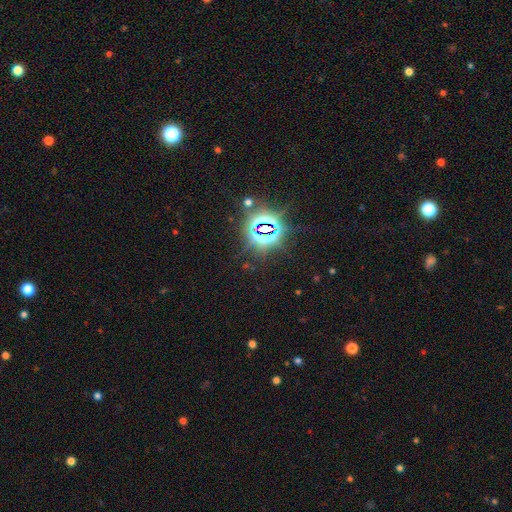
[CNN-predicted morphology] star or artifact 83%, smooth 10%, featured or disk 7%.